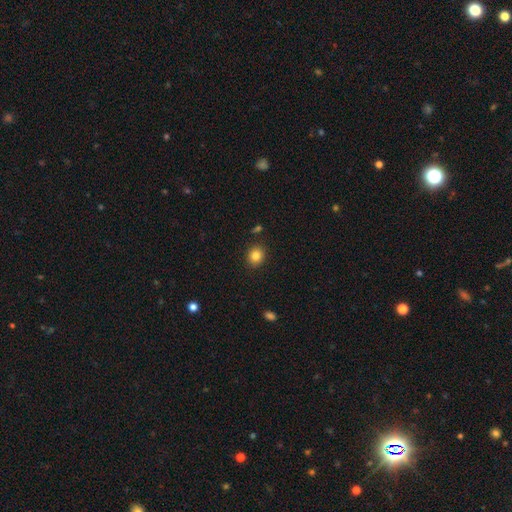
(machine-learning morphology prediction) Overall: smooth (84%). How rounded: round (71%). Merging: none (89%).